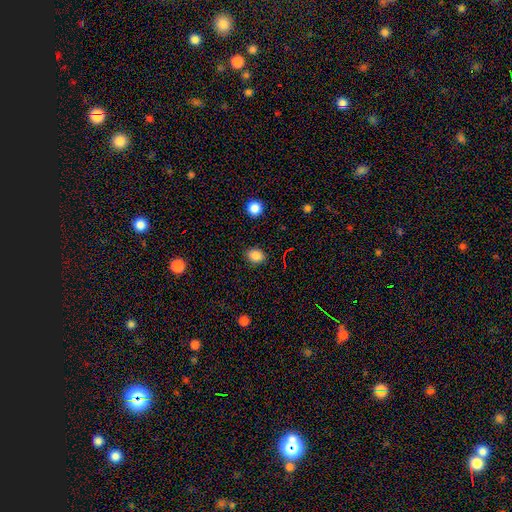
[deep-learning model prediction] smooth-or-featured: smooth: 84% | star or artifact: 12% | featured or disk: 5%
  how-rounded: round: 54% | in between: 45% | cigar-shaped: 1%
  merging: none: 86% | minor disturbance: 10% | major disturbance: 3% | merger: 1%